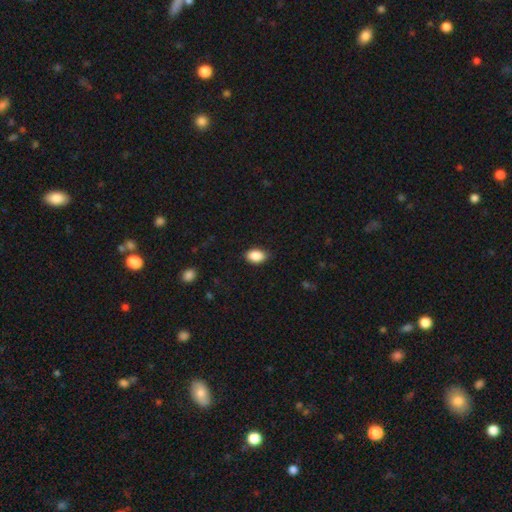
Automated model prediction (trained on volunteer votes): Smooth or featured? smooth (89%)
How rounded? in between (88%)
Merging? none (84%)